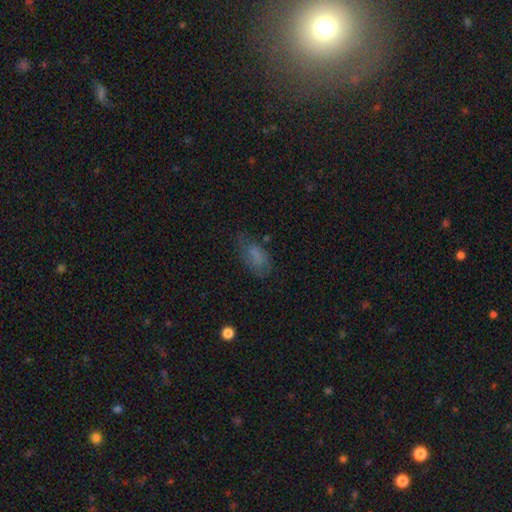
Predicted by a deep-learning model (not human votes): Overall: smooth (68%). How rounded: in between (88%). Merging: none (59%; minor disturbance 26%).